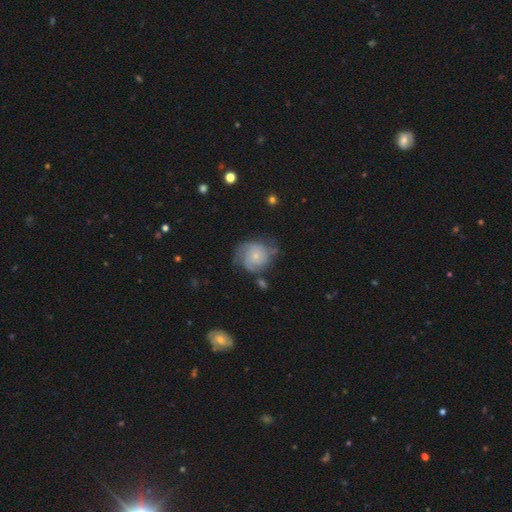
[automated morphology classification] smooth-or-featured: featured or disk: 60% | smooth: 33% | star or artifact: 7%
  disk-edge-on: no: 98% | yes: 2%
    bar: no: 82% | weak: 16% | strong: 2%
    has-spiral-arms: yes: 85% | no: 15%
    bulge-size: small: 74% | moderate: 20% | none: 3% | large: 2% | dominant: 1%
  merging: none: 52% | minor disturbance: 28% | major disturbance: 15% | merger: 5%